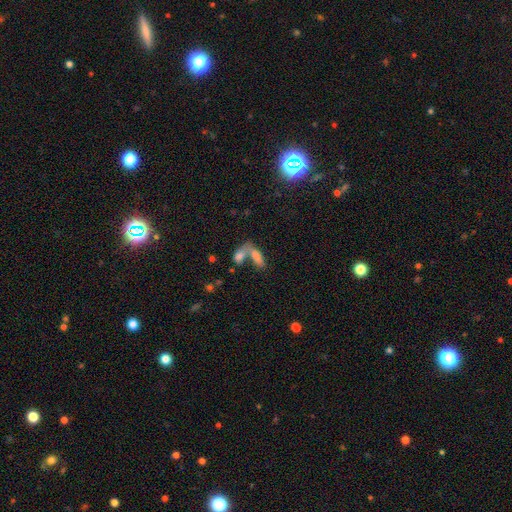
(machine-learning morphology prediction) This is likely a smooth galaxy (65%). How rounded: likely in between (67%). Merging: likely merger (61%).